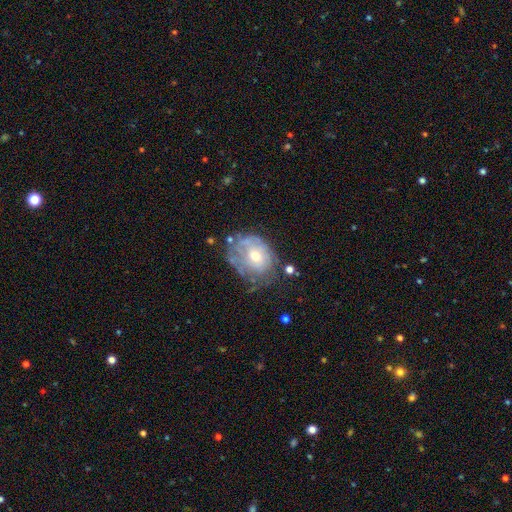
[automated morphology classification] The model was most divided on "spiral arms": yes: 53%, no: 47%. More confident: edge-on disk — no (96%); bar — no (80%); bulge size — moderate (58%); smooth or featured — featured or disk (57%); merging — none (54%).